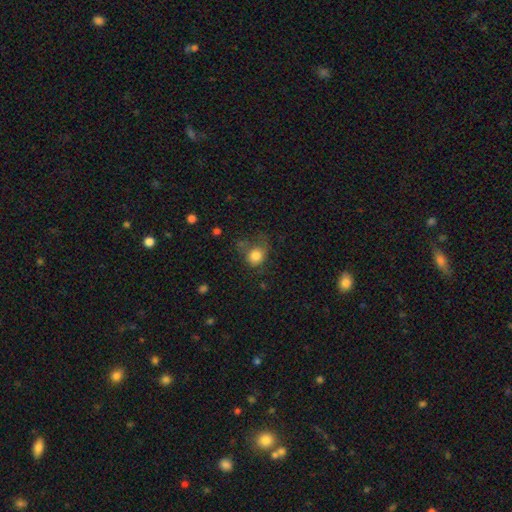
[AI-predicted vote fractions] The model was most divided on "merging": none: 45%, minor disturbance: 28%, major disturbance: 22%, merger: 6%. More confident: smooth or featured — smooth (81%); how rounded — round (68%).